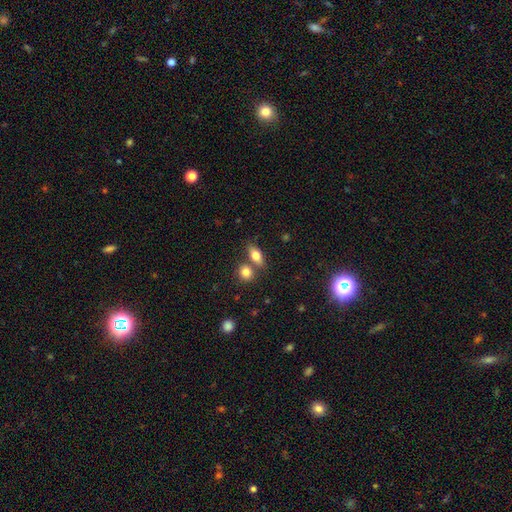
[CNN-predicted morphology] Smooth or featured?
  - smooth: 75% *
  - featured or disk: 16%
  - star or artifact: 9%
How rounded?
  - in between: 75% *
  - cigar-shaped: 13%
  - round: 12%
Merging?
  - none: 59% *
  - merger: 27%
  - minor disturbance: 11%
  - major disturbance: 4%